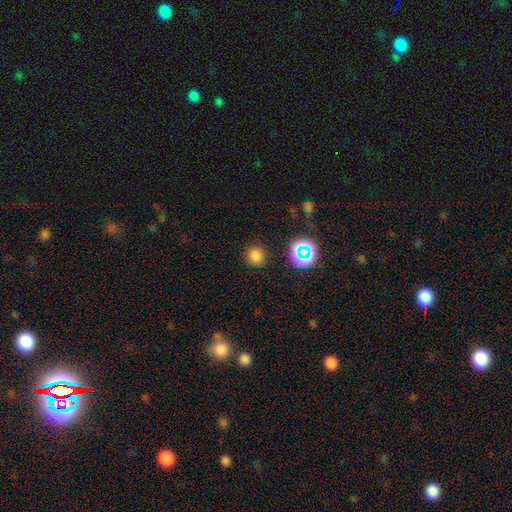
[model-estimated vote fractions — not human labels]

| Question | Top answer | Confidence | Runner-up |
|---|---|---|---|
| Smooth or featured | smooth | 77% | star or artifact (19%) |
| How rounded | round | 91% | in between (8%) |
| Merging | none | 87% | minor disturbance (8%) |